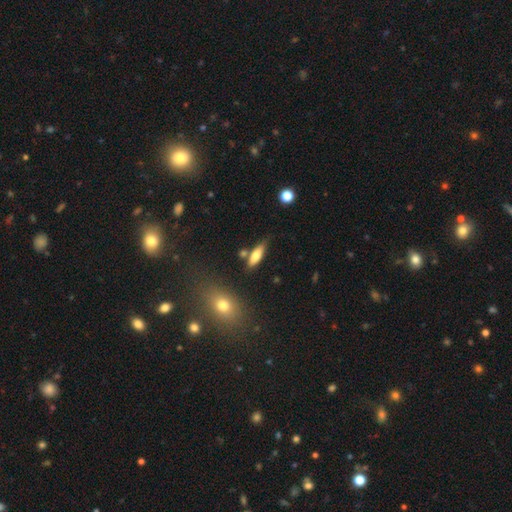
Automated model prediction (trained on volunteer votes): Morphology: type=smooth (71%); roundness=in between (58%); merging=none (68%).